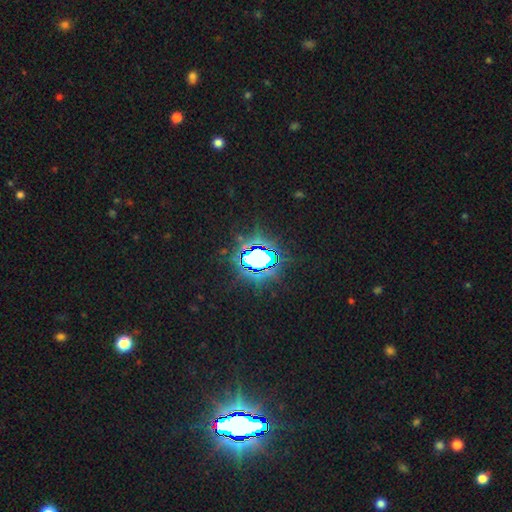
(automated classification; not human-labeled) A star or artifact, not a galaxy (77%).

Vote fractions:
- Smooth or featured? star or artifact: 77% / smooth: 13% / featured or disk: 10%